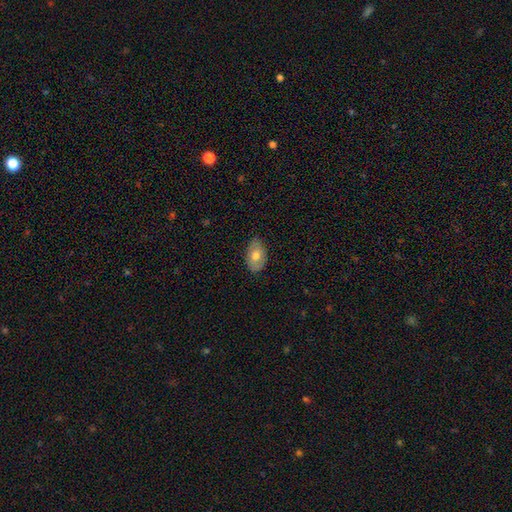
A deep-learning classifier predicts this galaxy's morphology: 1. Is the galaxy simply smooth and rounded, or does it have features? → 70% smooth, 24% featured or disk, 7% star or artifact.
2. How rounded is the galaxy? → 90% in between, 9% round, 1% cigar-shaped.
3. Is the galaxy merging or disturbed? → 81% none, 15% minor disturbance, 2% major disturbance, 1% merger.